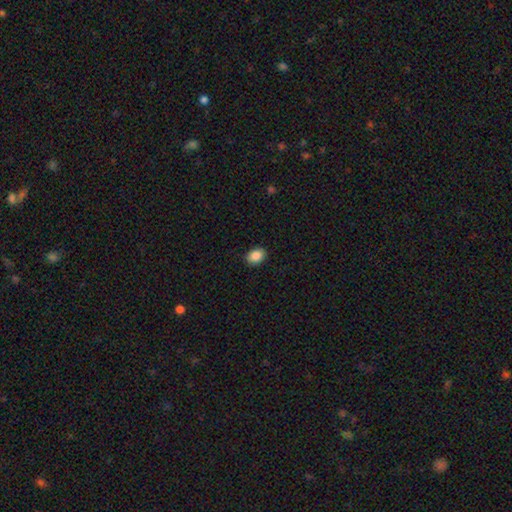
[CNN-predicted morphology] A smooth galaxy with no disk features (89%) that is in between round and cigar-shaped (69%).

Vote fractions:
- Smooth or featured? smooth: 89% / star or artifact: 8% / featured or disk: 3%
- How rounded? in between: 69% / round: 30% / cigar-shaped: 1%
- Merging? none: 89% / minor disturbance: 8% / major disturbance: 2% / merger: 1%